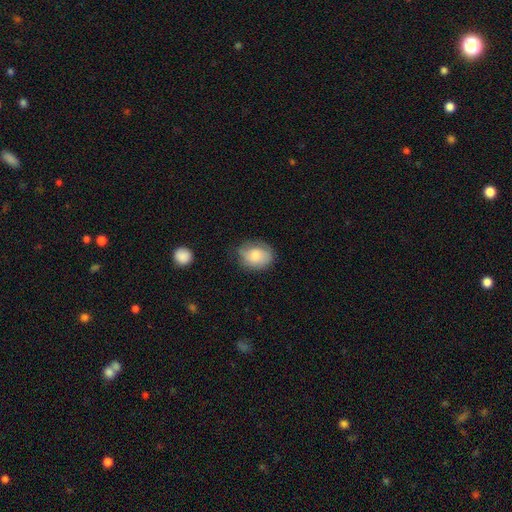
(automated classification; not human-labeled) Smooth or featured? Predicted: smooth (p=0.75). How rounded? Predicted: in between (p=0.62). Merging? Predicted: none (p=0.61).